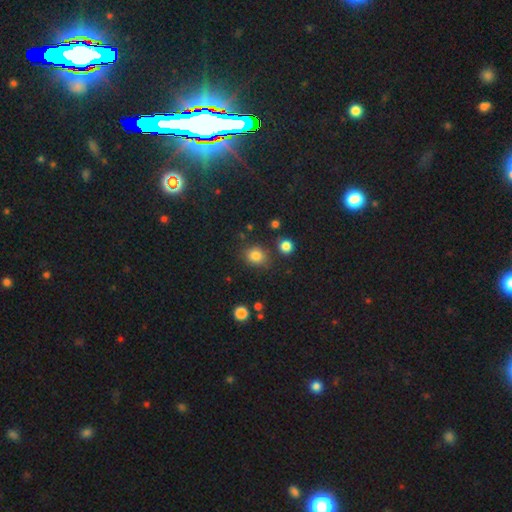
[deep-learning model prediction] This is clearly a smooth galaxy (82%). How rounded: likely round (76%). Merging: likely none (77%).